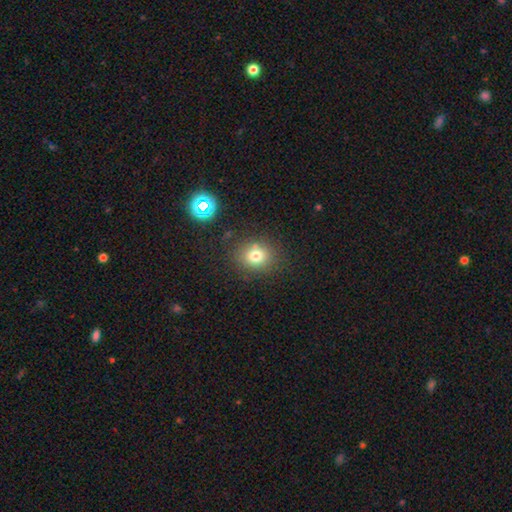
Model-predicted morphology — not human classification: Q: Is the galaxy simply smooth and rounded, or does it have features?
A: smooth — 76%.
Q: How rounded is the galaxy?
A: round — 72%.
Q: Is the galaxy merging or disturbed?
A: none — 79%.